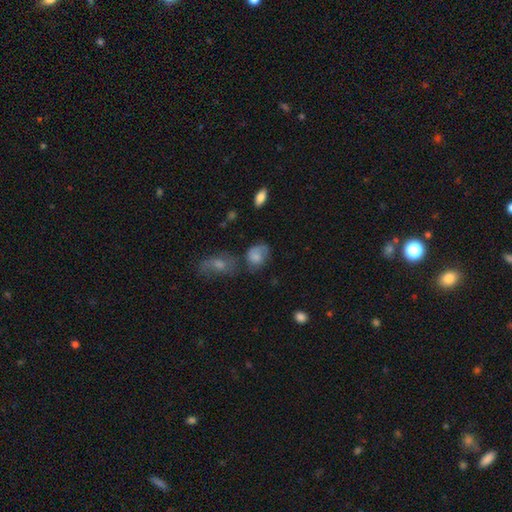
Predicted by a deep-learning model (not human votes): This is likely a smooth galaxy (72%). How rounded: possibly in between (56%). Merging: marginally none (39%).